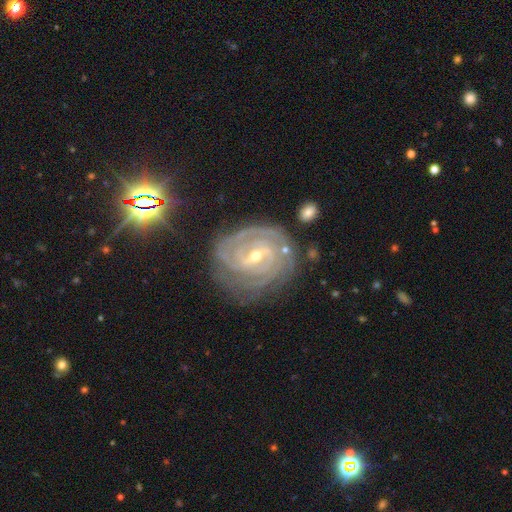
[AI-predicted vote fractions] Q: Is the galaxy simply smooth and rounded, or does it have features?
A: featured or disk — 90%.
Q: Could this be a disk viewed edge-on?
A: no — 97%.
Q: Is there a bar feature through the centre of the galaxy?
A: weak — 47%.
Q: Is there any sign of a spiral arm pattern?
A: yes — 98%.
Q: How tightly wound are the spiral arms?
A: tight — 81%.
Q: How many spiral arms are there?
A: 2 — 29%.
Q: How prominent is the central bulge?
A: small — 59%.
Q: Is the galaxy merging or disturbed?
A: none — 76%.